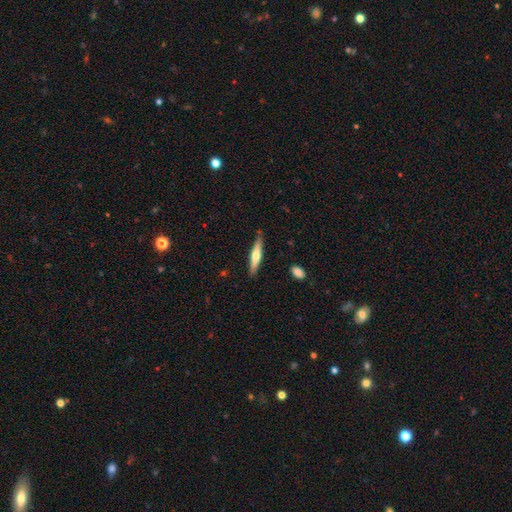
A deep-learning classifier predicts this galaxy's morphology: Smooth or featured: smooth — 52% (featured or disk — 43%)
How rounded: cigar-shaped — 87% (in between — 12%)
Merging: none — 87% (minor disturbance — 10%)